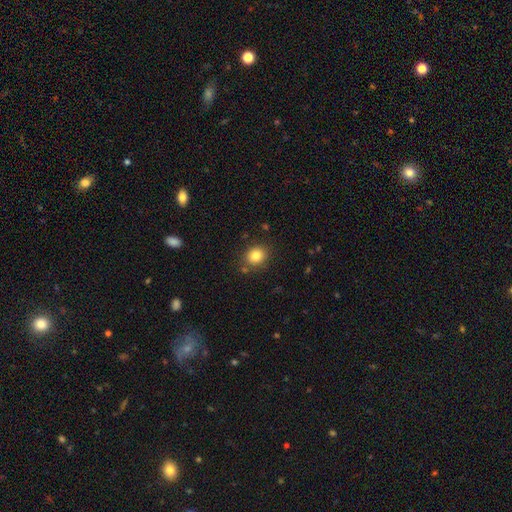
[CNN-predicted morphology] This is clearly a smooth galaxy (82%). How rounded: likely round (69%). Merging: clearly none (81%).